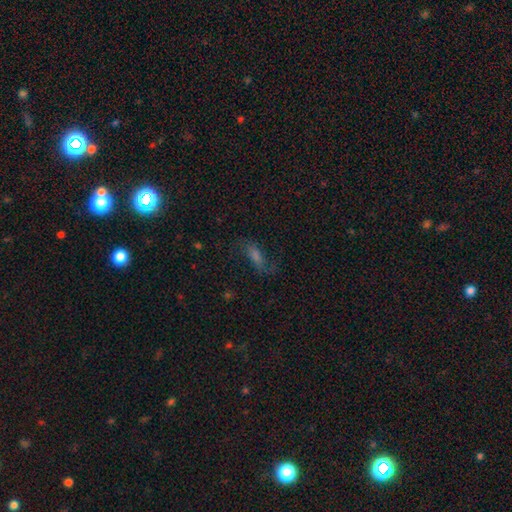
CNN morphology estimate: smooth-or-featured: featured or disk: 46% | smooth: 33% | star or artifact: 21%
  merging: none: 64% | minor disturbance: 19% | major disturbance: 15% | merger: 2%